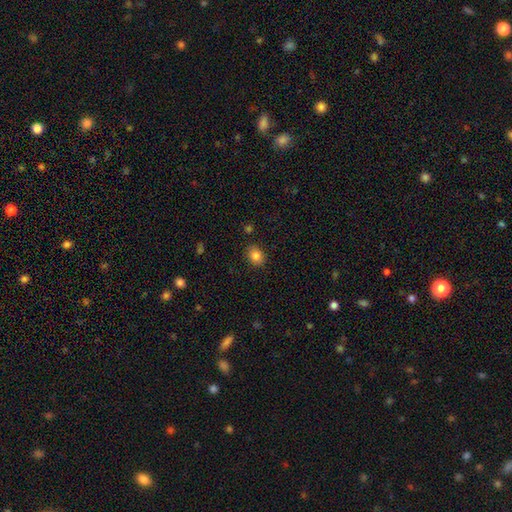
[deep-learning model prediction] Smooth or featured? Predicted: smooth (p=0.84). How rounded? Predicted: in between (p=0.58). Merging? Predicted: none (p=0.88).